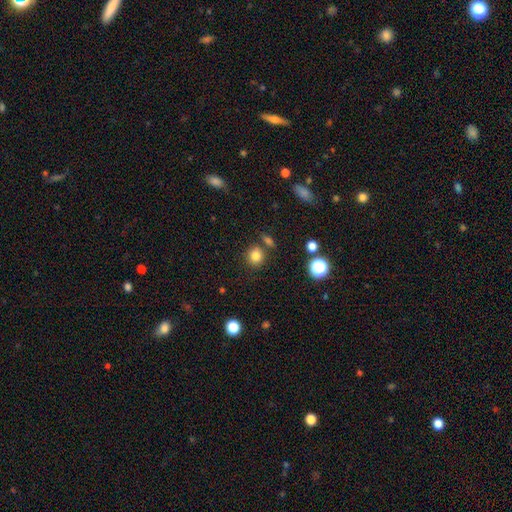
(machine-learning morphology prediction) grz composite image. It shows a smooth galaxy with no disk features (81%) that is round (86%). Merging: none (78%).